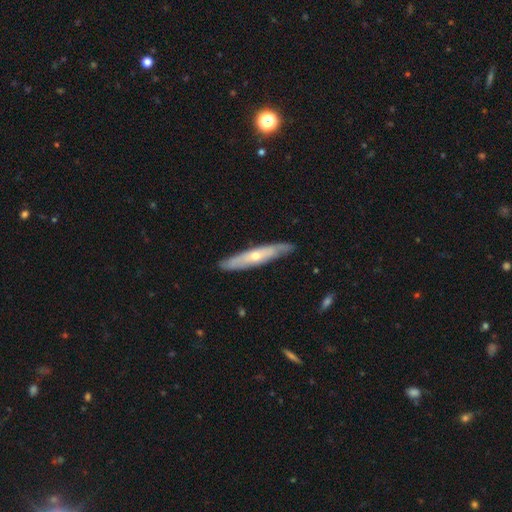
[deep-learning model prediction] Q: Smooth or featured?
A: featured or disk (57%); runner-up: smooth (37%)
Q: Edge-on disk?
A: yes (70%); runner-up: no (30%)
Q: Merging?
A: none (84%); runner-up: minor disturbance (13%)